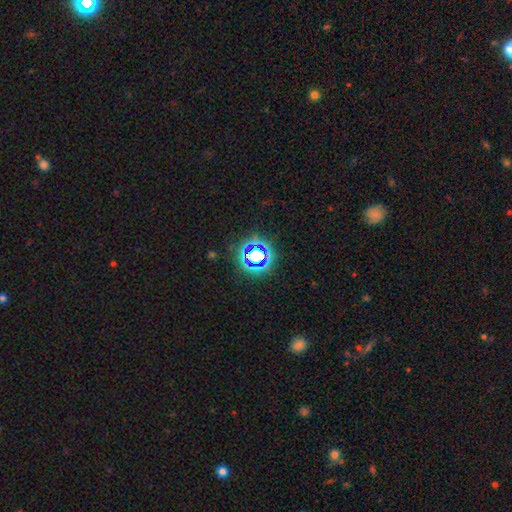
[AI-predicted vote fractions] The model was most divided on "smooth or featured": star or artifact: 65%, smooth: 24%, featured or disk: 10%.